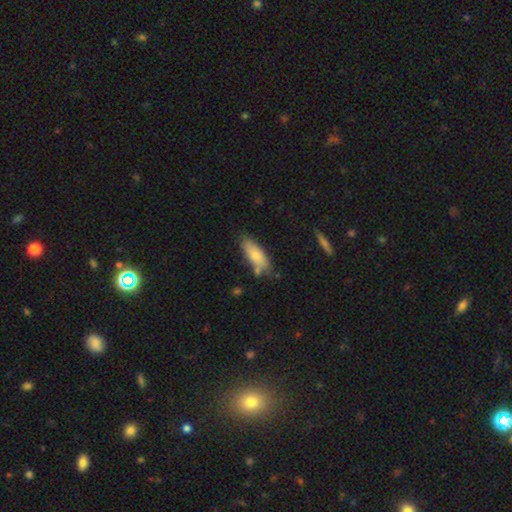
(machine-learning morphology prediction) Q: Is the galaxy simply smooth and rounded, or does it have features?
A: smooth — 75%.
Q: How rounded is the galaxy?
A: in between — 71%.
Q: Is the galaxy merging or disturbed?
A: none — 64%.